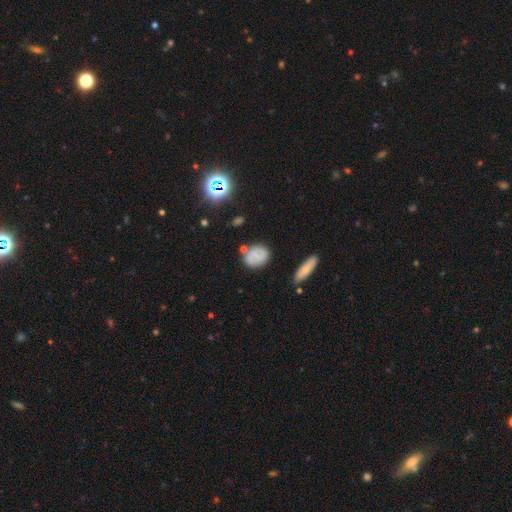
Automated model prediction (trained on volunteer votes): Q: Smooth or featured?
A: smooth (56%); runner-up: featured or disk (34%)
Q: How rounded?
A: round (53%); runner-up: in between (45%)
Q: Merging?
A: none (70%); runner-up: minor disturbance (18%)